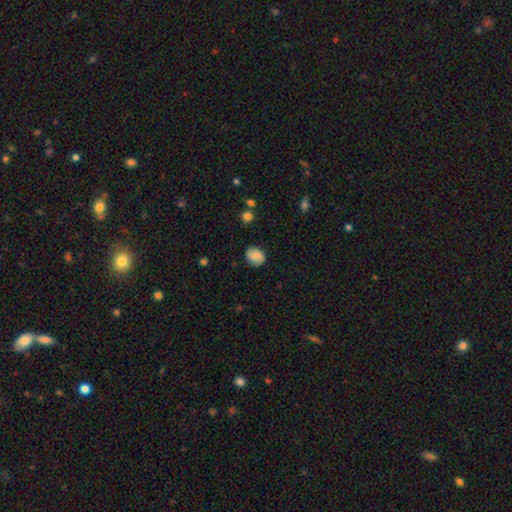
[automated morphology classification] Q: Smooth or featured?
A: smooth (72%); runner-up: featured or disk (20%)
Q: How rounded?
A: round (50%); runner-up: in between (49%)
Q: Merging?
A: none (79%); runner-up: minor disturbance (16%)